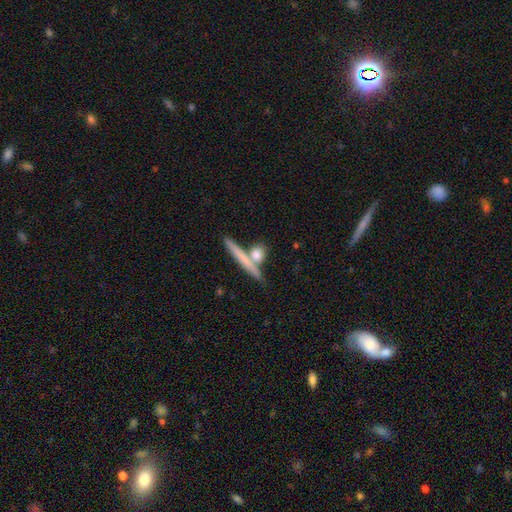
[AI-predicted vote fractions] This appears to be a smooth galaxy with no disk features (71%) that is cigar-shaped (49%). Merging: none (63%).